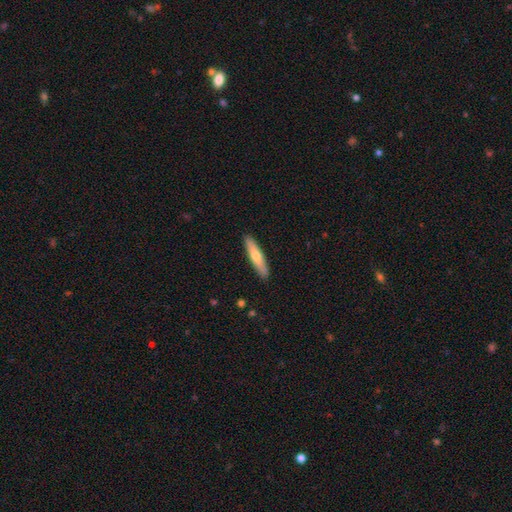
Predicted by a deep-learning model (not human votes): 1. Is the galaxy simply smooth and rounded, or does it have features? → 62% smooth, 33% featured or disk, 5% star or artifact.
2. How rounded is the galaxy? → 83% cigar-shaped, 16% in between, 2% round.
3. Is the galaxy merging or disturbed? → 90% none, 7% minor disturbance, 1% major disturbance, 1% merger.